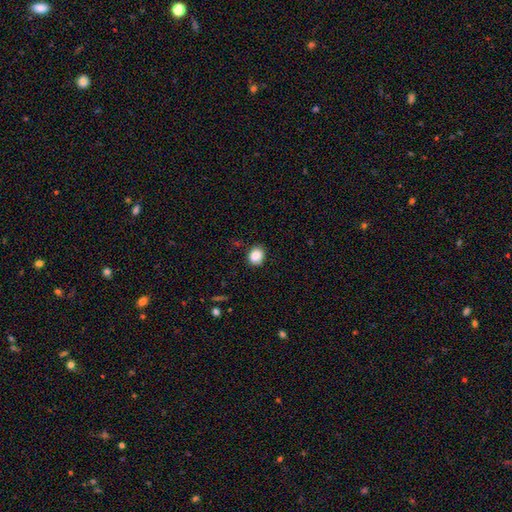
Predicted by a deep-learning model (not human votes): Smooth or featured? smooth (87%)
How rounded? round (65%)
Merging? none (83%)